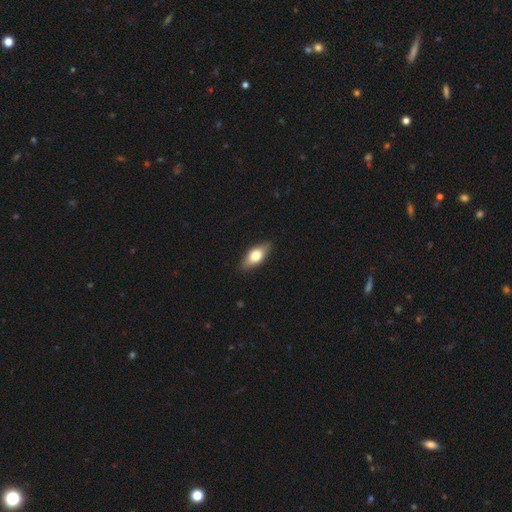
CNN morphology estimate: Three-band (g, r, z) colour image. It shows a smooth galaxy with no disk features (69%) that is in between round and cigar-shaped (81%). Merging: none (87%).